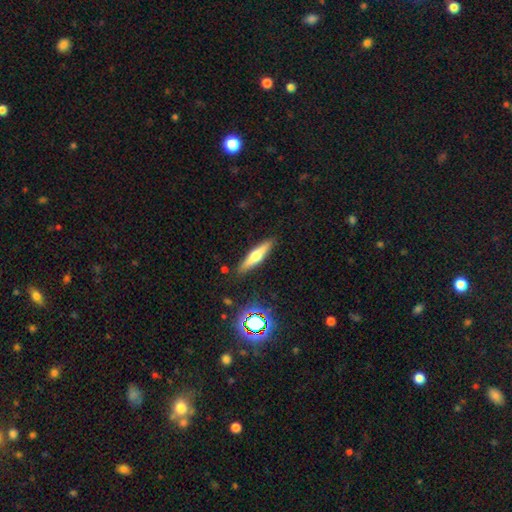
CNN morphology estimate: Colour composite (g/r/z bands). It shows a featured or disk galaxy (49%). Merging: none (89%).